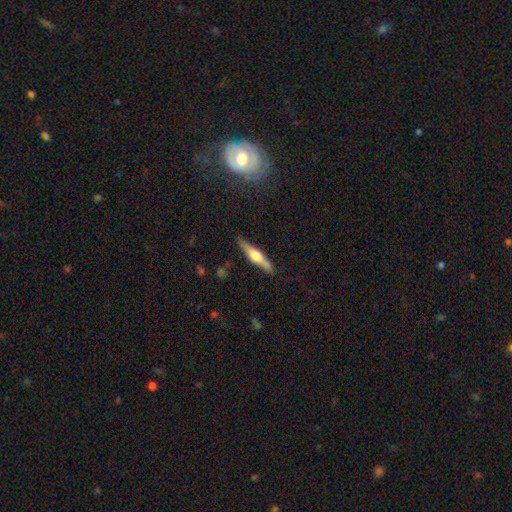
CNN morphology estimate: smooth-or-featured: featured or disk: 61% | smooth: 33% | star or artifact: 6%
  disk-edge-on: yes: 96% | no: 4%
    edge-on-bulge: rounded: 87% | boxy: 10% | none: 3%
  merging: none: 86% | minor disturbance: 10% | major disturbance: 2% | merger: 1%